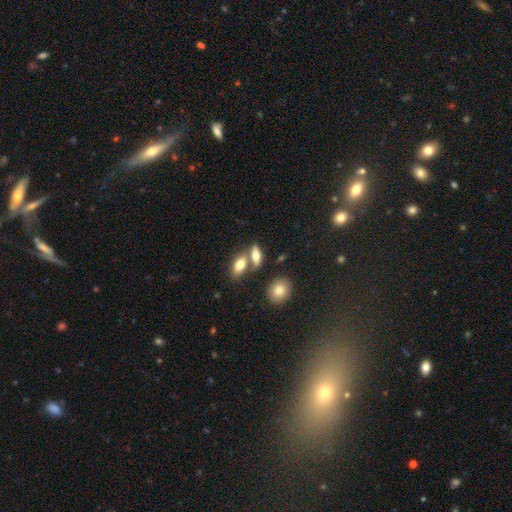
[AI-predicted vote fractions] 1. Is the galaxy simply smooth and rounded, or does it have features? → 66% smooth, 26% featured or disk, 8% star or artifact.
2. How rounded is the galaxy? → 72% in between, 21% cigar-shaped, 8% round.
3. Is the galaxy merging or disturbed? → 52% none, 35% merger, 10% minor disturbance, 4% major disturbance.